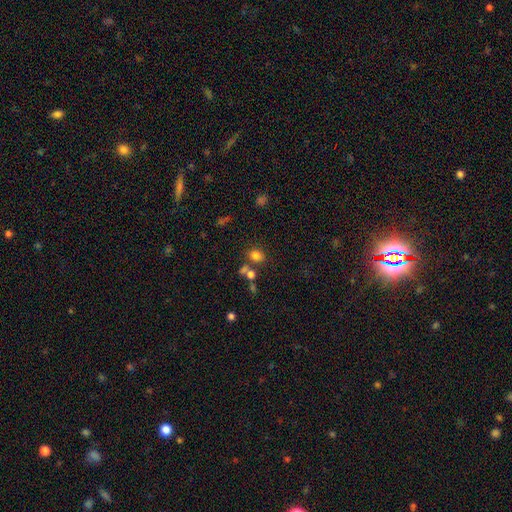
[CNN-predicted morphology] Smooth or featured? smooth (78%)
How rounded? round (56%)
Merging? none (65%)